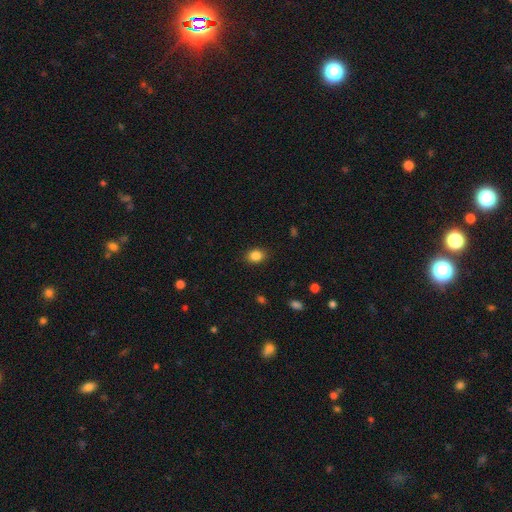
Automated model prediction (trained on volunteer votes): Smooth or featured: smooth — 86% (star or artifact — 10%)
How rounded: in between — 52% (round — 47%)
Merging: none — 88% (minor disturbance — 9%)